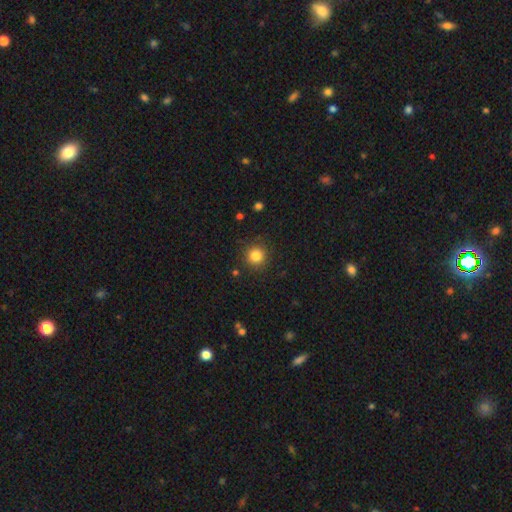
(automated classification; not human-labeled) smooth_or_featured: smooth (p=0.83) [alt: star or artifact p=0.12]
how_rounded: round (p=0.94) [alt: in between p=0.05]
merging: none (p=0.89) [alt: minor disturbance p=0.07]